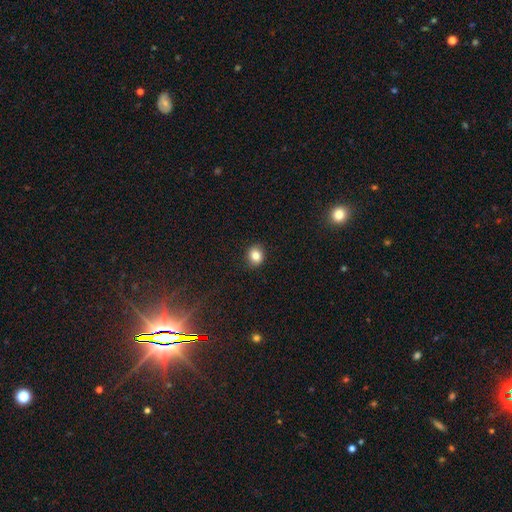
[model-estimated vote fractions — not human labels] smooth_or_featured: smooth (p=0.83) [alt: star or artifact p=0.10]
how_rounded: round (p=0.70) [alt: in between p=0.29]
merging: none (p=0.89) [alt: minor disturbance p=0.08]